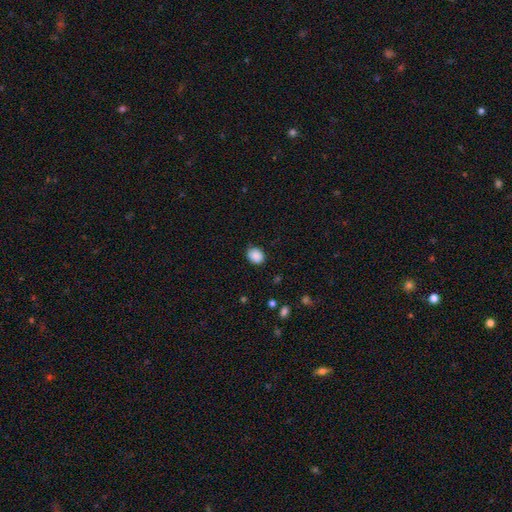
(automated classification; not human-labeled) Overall: smooth (88%). How rounded: round (61%; in between 38%). Merging: none (83%).